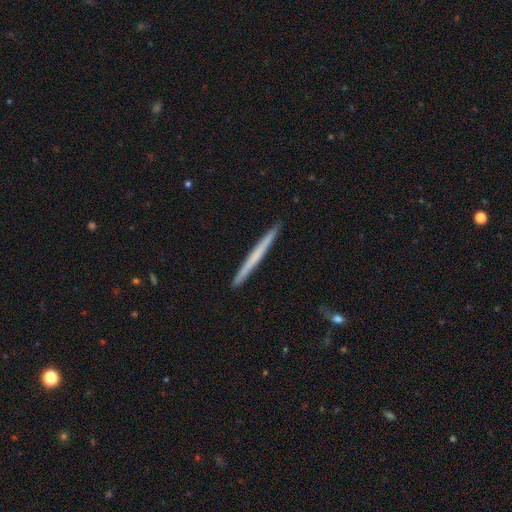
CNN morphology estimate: Smooth or featured? Predicted: smooth (p=0.52). How rounded? Predicted: cigar-shaped (p=0.98). Merging? Predicted: none (p=0.93).